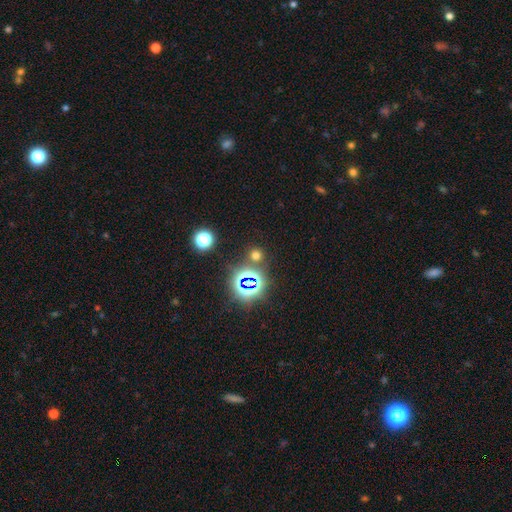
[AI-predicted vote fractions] This appears to be a smooth galaxy with no disk features (56%) that is round (89%). Merging: none (80%).